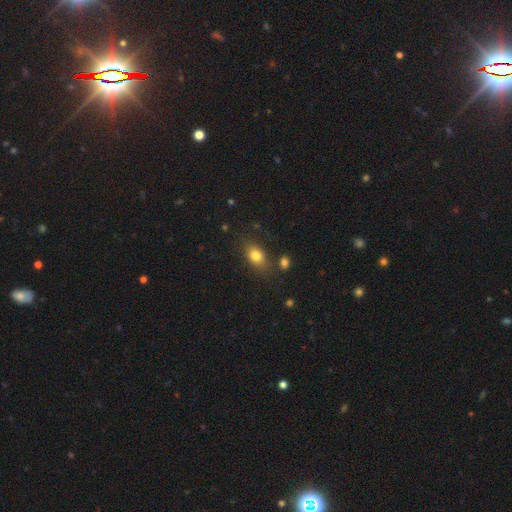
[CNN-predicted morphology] type=smooth (80%); roundness=in between (76%); merging=none (75%).